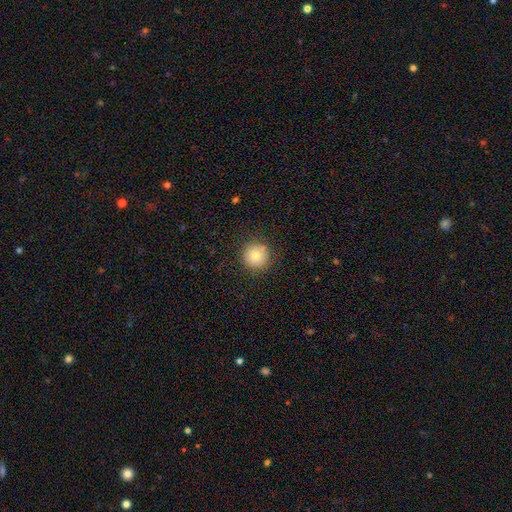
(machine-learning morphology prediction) This is clearly a smooth galaxy (82%). How rounded: clearly round (95%). Merging: clearly none (85%).